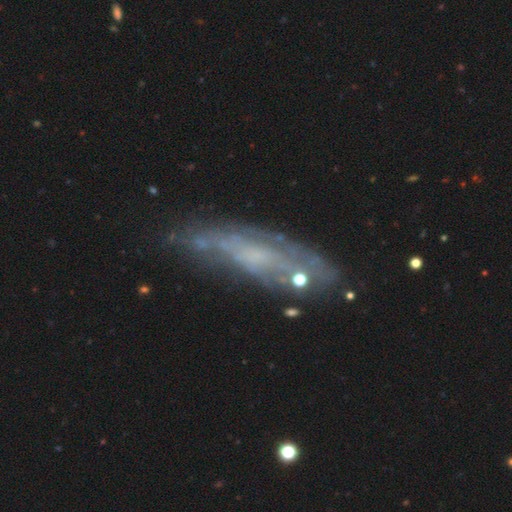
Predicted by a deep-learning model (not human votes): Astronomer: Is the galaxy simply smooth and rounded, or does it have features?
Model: featured or disk — 65%.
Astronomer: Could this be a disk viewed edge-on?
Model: no — 62% (runner-up: yes, 38%).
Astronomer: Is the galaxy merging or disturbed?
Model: none — 60%.